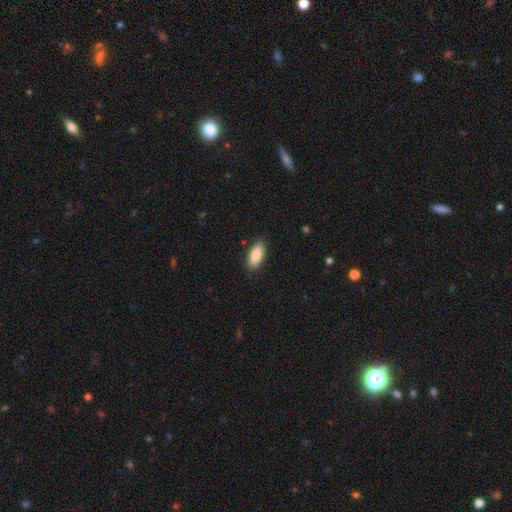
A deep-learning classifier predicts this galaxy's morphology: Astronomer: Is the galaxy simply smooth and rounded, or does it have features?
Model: smooth — 88%.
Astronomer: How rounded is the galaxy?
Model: in between — 85%.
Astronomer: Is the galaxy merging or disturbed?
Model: none — 87%.